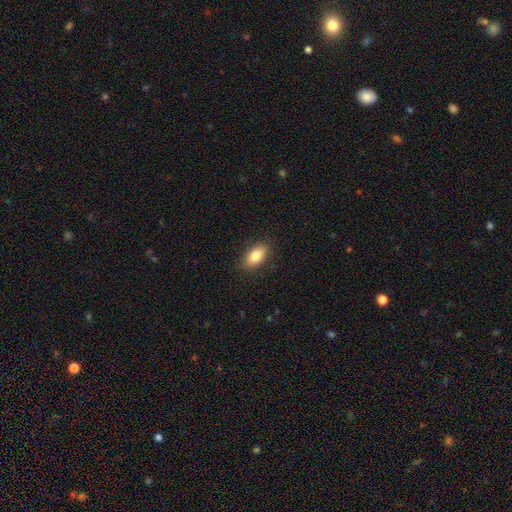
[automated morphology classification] smooth-or-featured: smooth: 82% | featured or disk: 11% | star or artifact: 7%
  how-rounded: in between: 90% | cigar-shaped: 5% | round: 5%
  merging: none: 87% | minor disturbance: 10% | major disturbance: 2% | merger: 1%